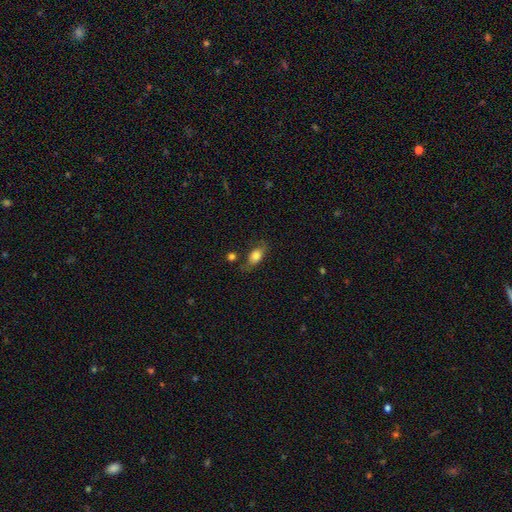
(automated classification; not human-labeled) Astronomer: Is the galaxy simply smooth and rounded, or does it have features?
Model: smooth — 71%.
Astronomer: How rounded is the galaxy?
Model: in between — 80%.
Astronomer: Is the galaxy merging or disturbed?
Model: none — 61%.